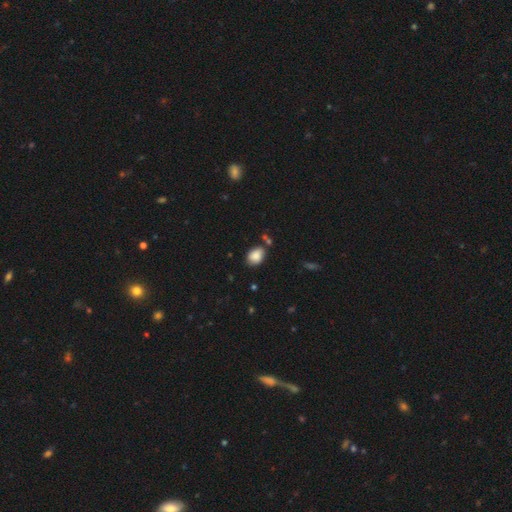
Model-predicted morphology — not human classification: A smooth galaxy with no disk features (86%) that is in between round and cigar-shaped (72%). Merging: none (71%).